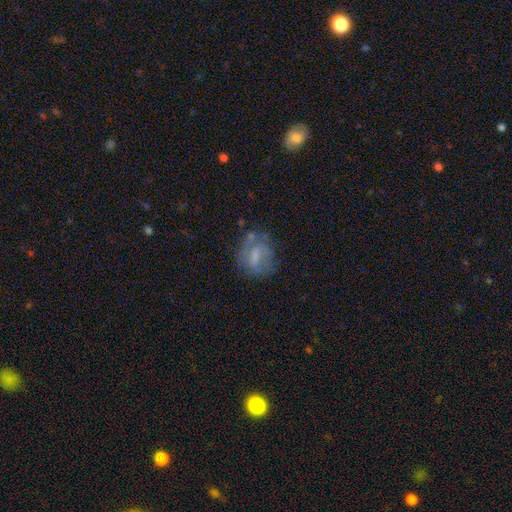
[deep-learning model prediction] Morphology: type=featured or disk (49%); merging=none (61%).